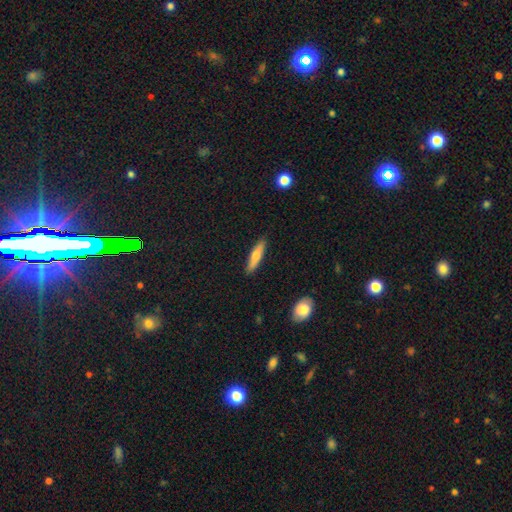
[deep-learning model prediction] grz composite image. It shows a smooth galaxy with no disk features (63%) that is cigar-shaped (78%). Merging: none (89%).